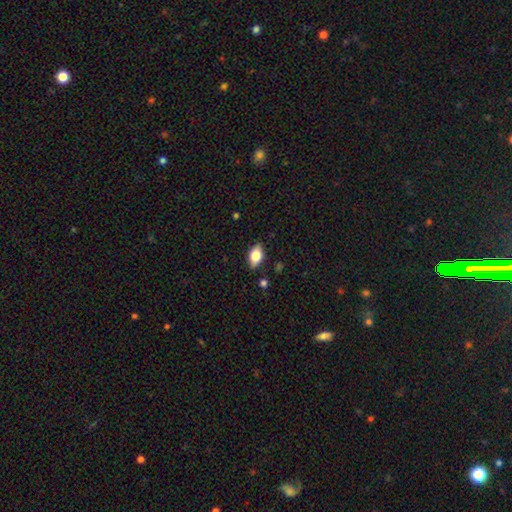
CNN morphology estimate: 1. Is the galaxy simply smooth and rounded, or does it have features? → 75% smooth, 17% featured or disk, 8% star or artifact.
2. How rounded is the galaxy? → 88% in between, 8% round, 4% cigar-shaped.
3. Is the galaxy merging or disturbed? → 83% none, 13% minor disturbance, 3% major disturbance, 2% merger.